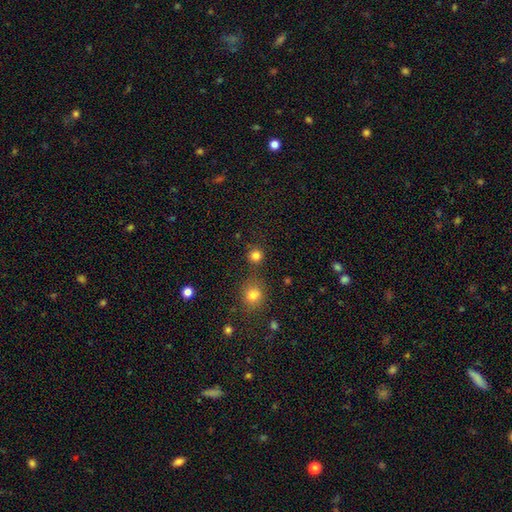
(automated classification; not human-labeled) Q: Smooth or featured?
A: smooth (81%); runner-up: star or artifact (14%)
Q: How rounded?
A: round (92%); runner-up: in between (7%)
Q: Merging?
A: none (80%); runner-up: merger (9%)